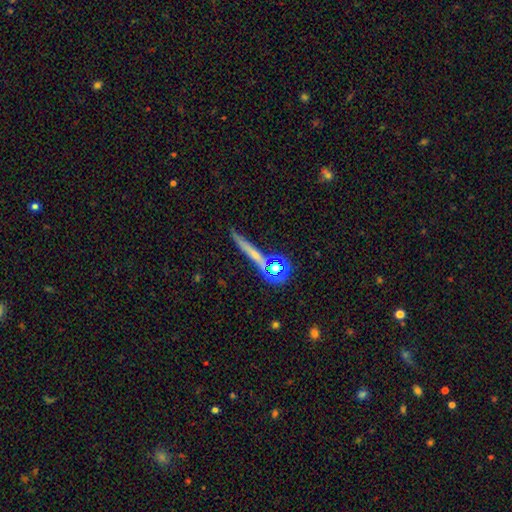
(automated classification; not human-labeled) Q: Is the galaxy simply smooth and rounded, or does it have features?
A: smooth — 41%.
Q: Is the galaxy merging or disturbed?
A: none — 80%.